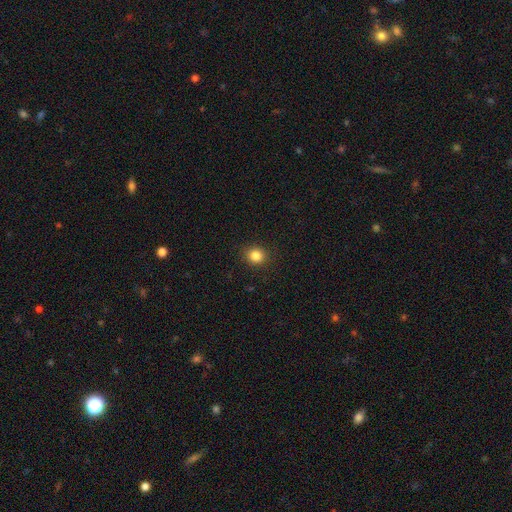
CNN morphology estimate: Overall: smooth (85%). How rounded: round (86%). Merging: none (90%).